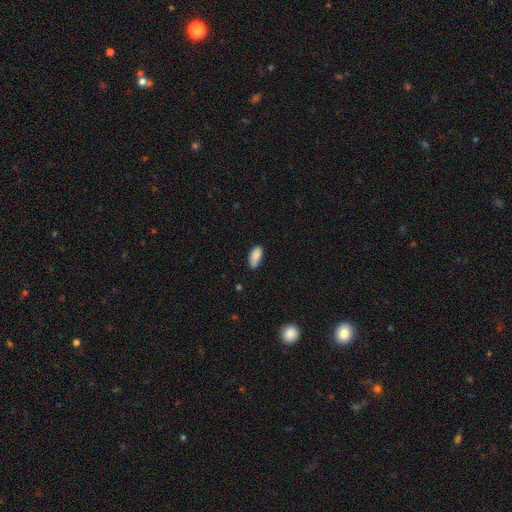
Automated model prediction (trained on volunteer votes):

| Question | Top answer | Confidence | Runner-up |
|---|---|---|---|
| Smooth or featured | smooth | 86% | star or artifact (7%) |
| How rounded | in between | 90% | cigar-shaped (8%) |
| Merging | none | 70% | minor disturbance (24%) |